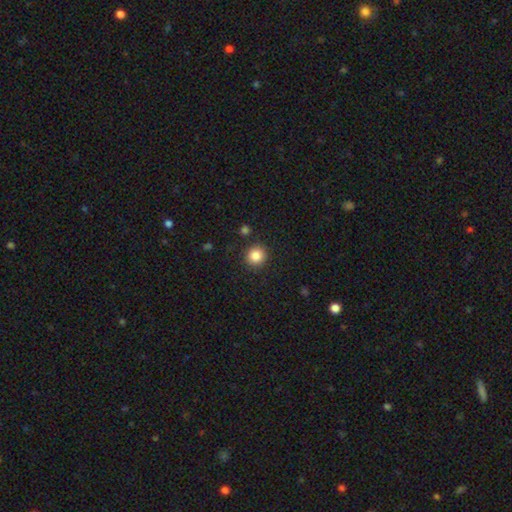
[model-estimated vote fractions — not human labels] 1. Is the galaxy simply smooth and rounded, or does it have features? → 85% smooth, 10% star or artifact, 4% featured or disk.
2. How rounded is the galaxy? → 93% round, 7% in between, 1% cigar-shaped.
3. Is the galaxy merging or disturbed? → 89% none, 7% minor disturbance, 2% major disturbance, 2% merger.